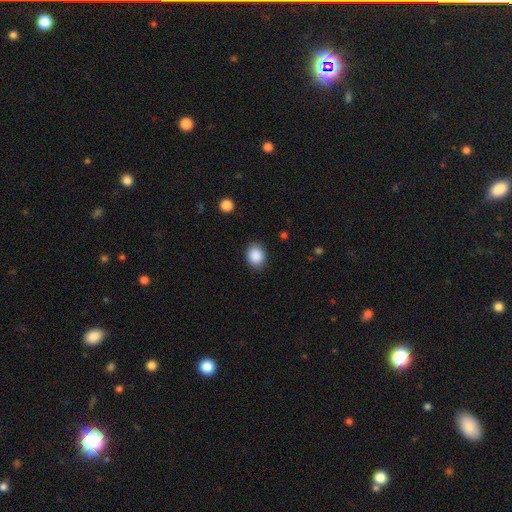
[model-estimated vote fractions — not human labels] Morphology: type=smooth (88%); roundness=round (53%); merging=none (86%).